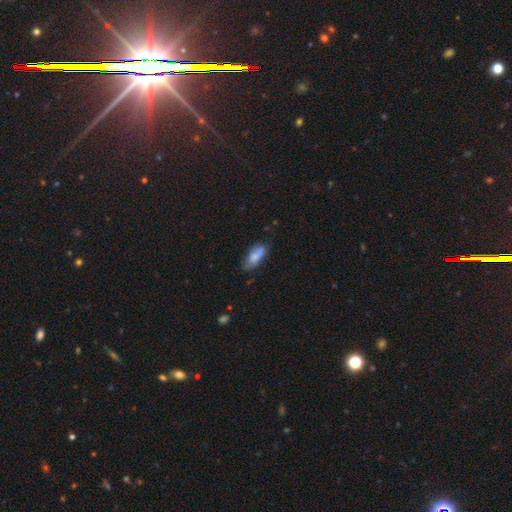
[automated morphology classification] Smooth or featured?
  - smooth: 72% *
  - featured or disk: 20%
  - star or artifact: 8%
How rounded?
  - in between: 76% *
  - cigar-shaped: 21%
  - round: 2%
Merging?
  - none: 52% *
  - minor disturbance: 32%
  - major disturbance: 10%
  - merger: 7%